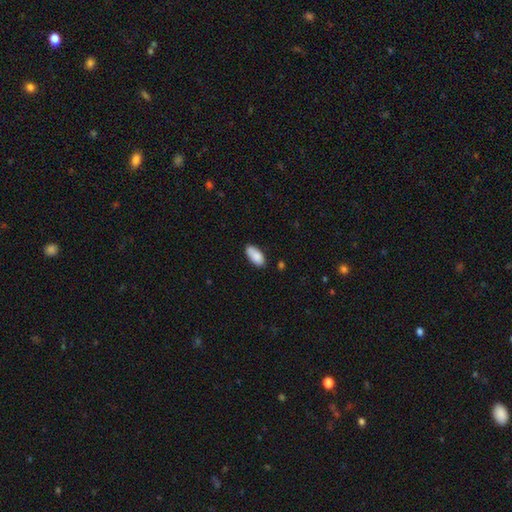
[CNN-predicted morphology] smooth-or-featured: smooth: 87% | star or artifact: 7% | featured or disk: 6%
  how-rounded: in between: 91% | cigar-shaped: 7% | round: 2%
  merging: none: 76% | minor disturbance: 18% | merger: 3% | major disturbance: 3%